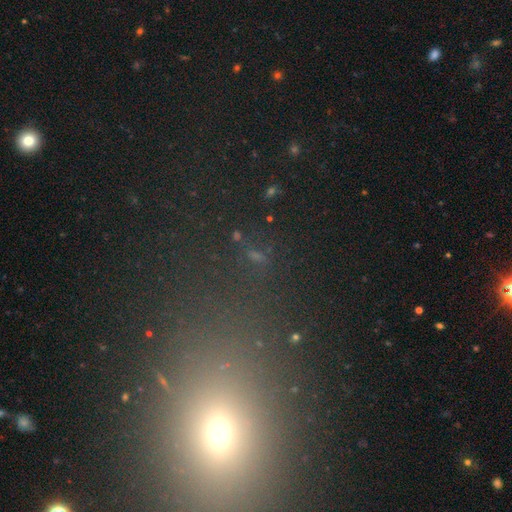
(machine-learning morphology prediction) star or artifact 60%, smooth 27%, featured or disk 13%.